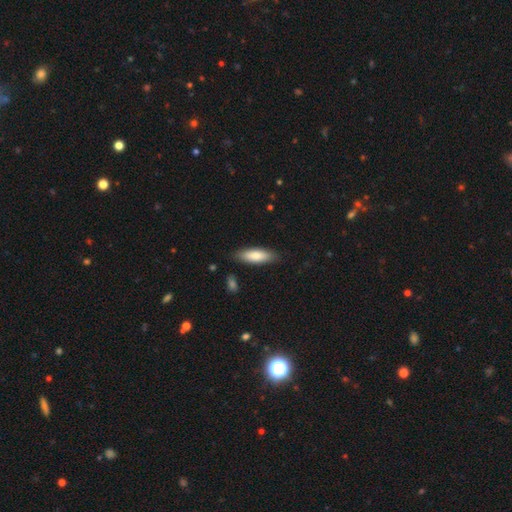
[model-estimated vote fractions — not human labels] Morphology: type=smooth (81%); roundness=in between (55%); merging=none (84%).